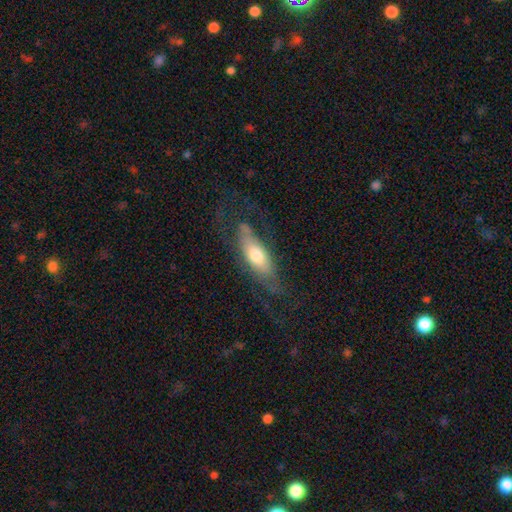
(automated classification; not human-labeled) Morphology: type=smooth (50%); merging=none (58%).